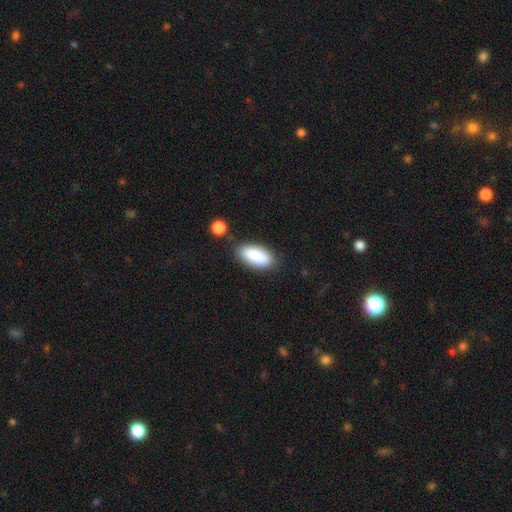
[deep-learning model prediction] Morphology: type=smooth (86%); roundness=in between (88%); merging=none (79%).